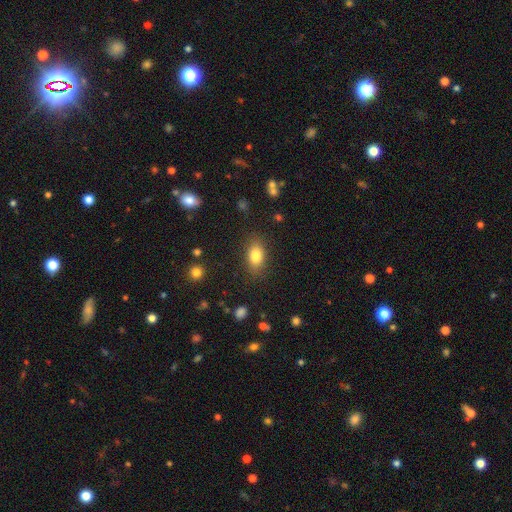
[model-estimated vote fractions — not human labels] This is clearly a smooth galaxy (82%). How rounded: clearly in between (86%). Merging: clearly none (84%).